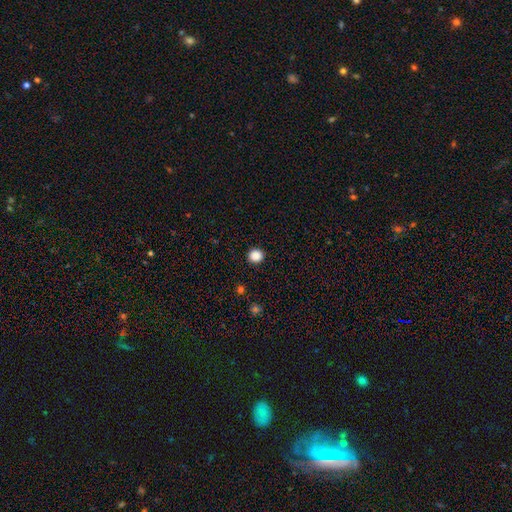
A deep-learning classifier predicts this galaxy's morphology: A smooth galaxy with no disk features (87%) that is round (85%). Merging: none (92%).